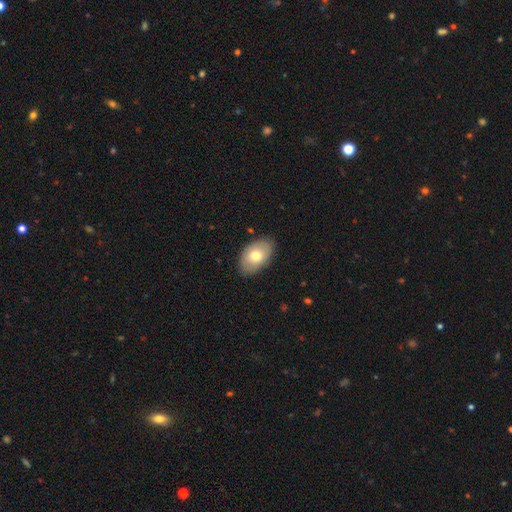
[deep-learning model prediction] Smooth or featured? Predicted: smooth (p=0.71). How rounded? Predicted: in between (p=0.92). Merging? Predicted: none (p=0.85).